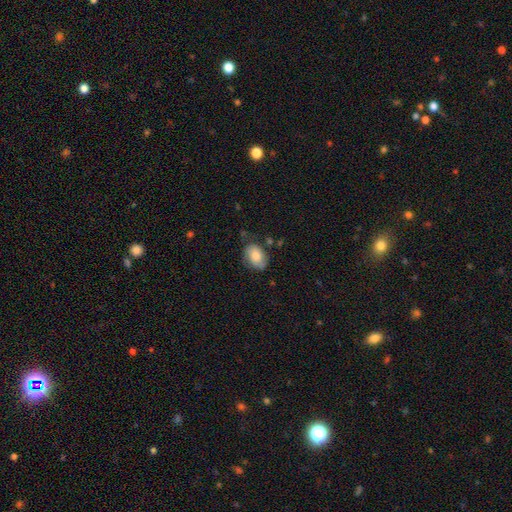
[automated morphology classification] This appears to be a smooth galaxy with no disk features (69%) that is in between round and cigar-shaped (75%). Merging: none (65%).